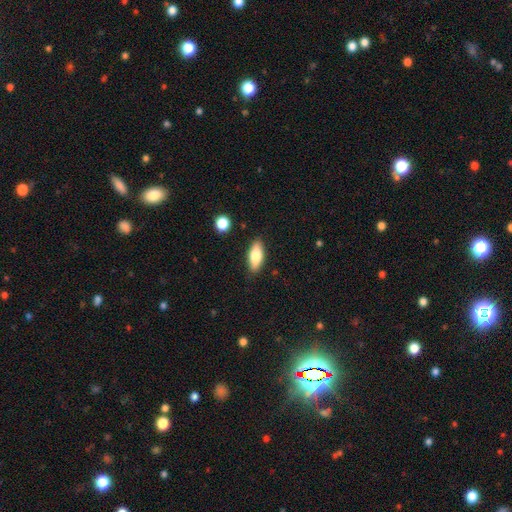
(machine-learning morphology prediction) Overall: smooth (75%). How rounded: in between (77%). Merging: none (86%).